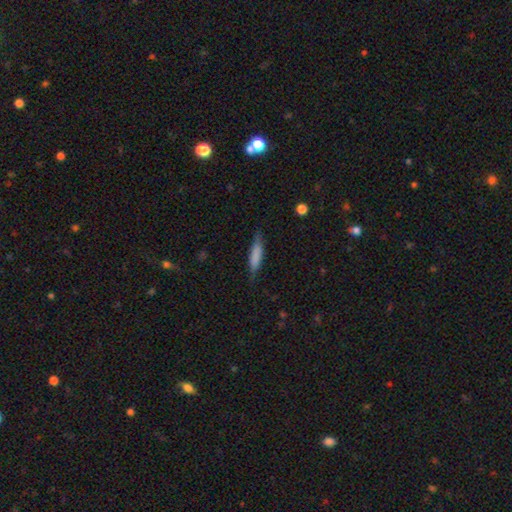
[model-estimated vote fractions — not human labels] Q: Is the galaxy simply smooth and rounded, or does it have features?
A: smooth — 74%.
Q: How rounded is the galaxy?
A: cigar-shaped — 74%.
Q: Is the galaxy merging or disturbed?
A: none — 72%.